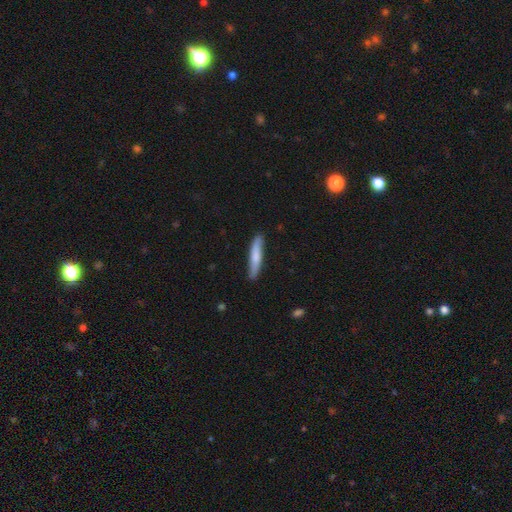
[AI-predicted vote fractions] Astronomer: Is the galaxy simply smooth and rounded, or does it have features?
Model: smooth — 70%.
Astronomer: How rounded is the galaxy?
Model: cigar-shaped — 92%.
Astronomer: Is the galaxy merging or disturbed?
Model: none — 86%.